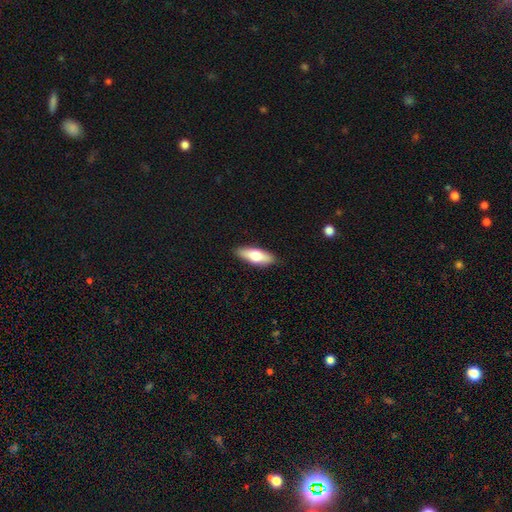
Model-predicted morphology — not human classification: Smooth or featured: smooth — 66% (featured or disk — 28%)
How rounded: in between — 63% (cigar-shaped — 35%)
Merging: none — 89% (minor disturbance — 8%)